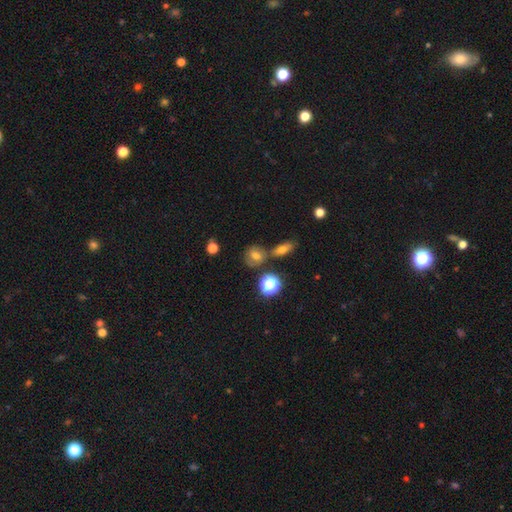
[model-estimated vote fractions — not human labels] Morphology: type=smooth (60%); roundness=round (66%); merging=none (62%).